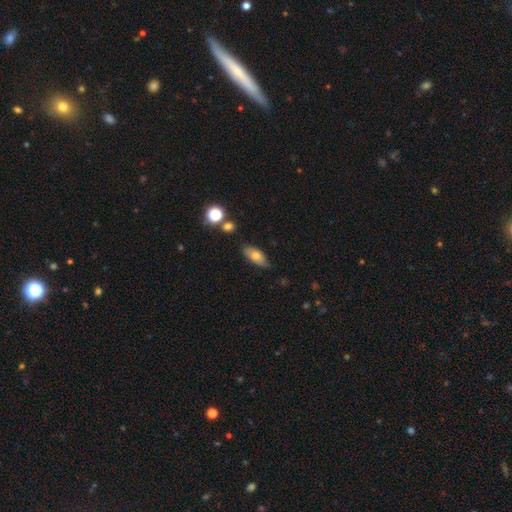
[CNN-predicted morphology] smooth-or-featured: smooth: 72% | featured or disk: 20% | star or artifact: 9%
  how-rounded: in between: 86% | cigar-shaped: 9% | round: 5%
  merging: none: 71% | minor disturbance: 22% | major disturbance: 4% | merger: 3%